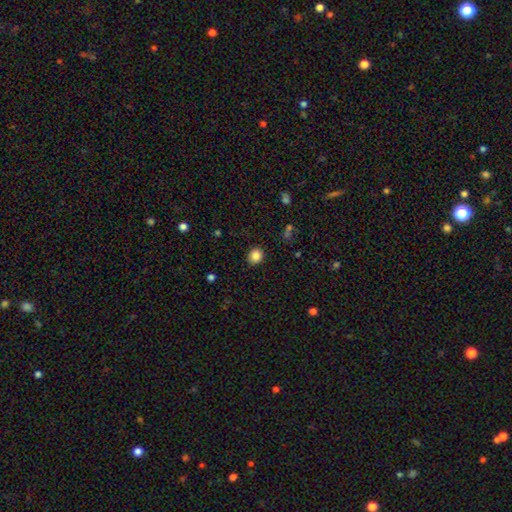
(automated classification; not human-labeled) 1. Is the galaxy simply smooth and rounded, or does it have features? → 85% smooth, 10% star or artifact, 4% featured or disk.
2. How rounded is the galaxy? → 75% round, 24% in between, 1% cigar-shaped.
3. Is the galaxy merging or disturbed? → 90% none, 7% minor disturbance, 2% major disturbance, 1% merger.